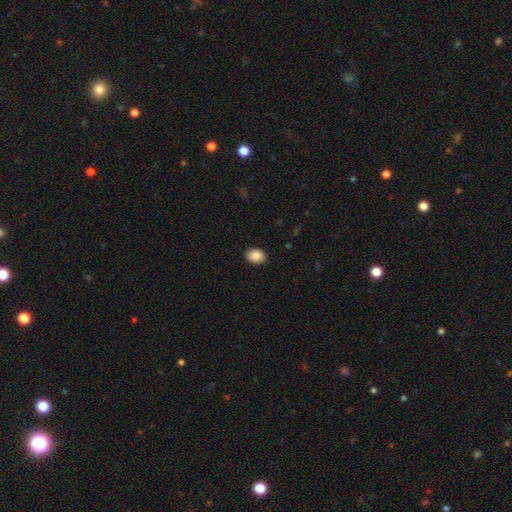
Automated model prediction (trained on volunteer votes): The model was most divided on "how rounded": in between: 67%, round: 32%, cigar-shaped: 1%. More confident: smooth or featured — smooth (90%); merging — none (90%).